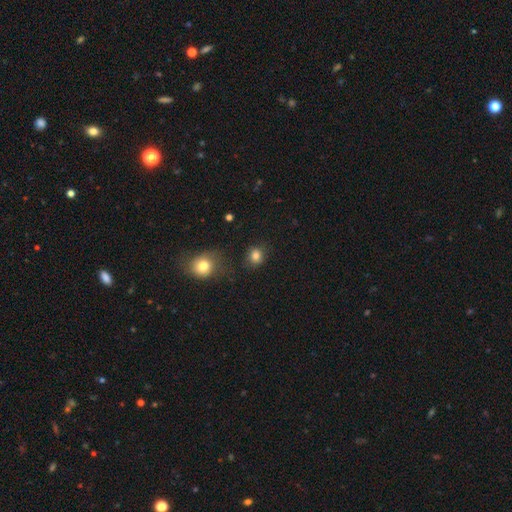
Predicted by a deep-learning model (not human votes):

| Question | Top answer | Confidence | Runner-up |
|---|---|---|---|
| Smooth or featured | smooth | 82% | star or artifact (12%) |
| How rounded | round | 79% | in between (20%) |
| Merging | none | 80% | minor disturbance (11%) |